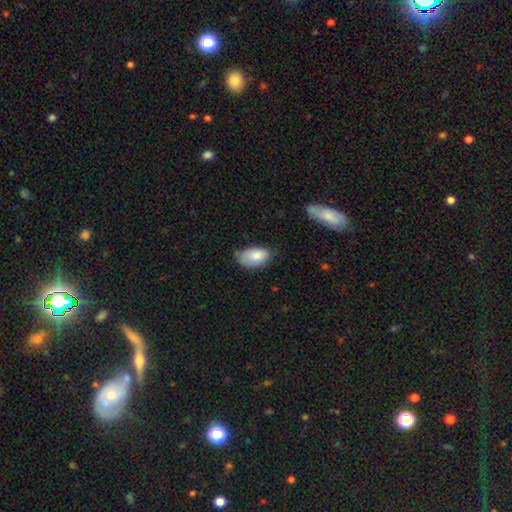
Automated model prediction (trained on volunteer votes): Smooth or featured? Predicted: smooth (p=0.82). How rounded? Predicted: in between (p=0.93). Merging? Predicted: none (p=0.48).